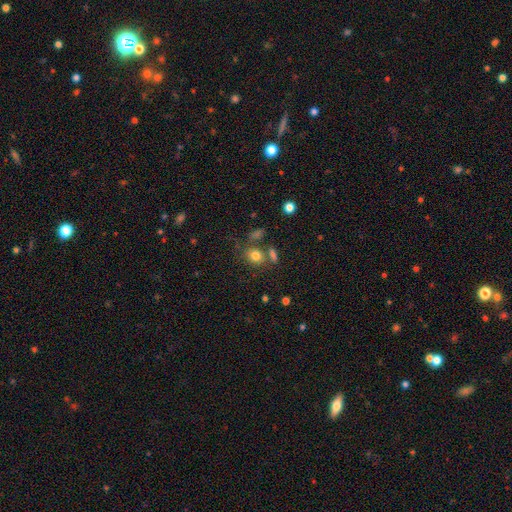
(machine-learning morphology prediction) Smooth or featured? smooth (78%)
How rounded? round (64%)
Merging? none (63%)